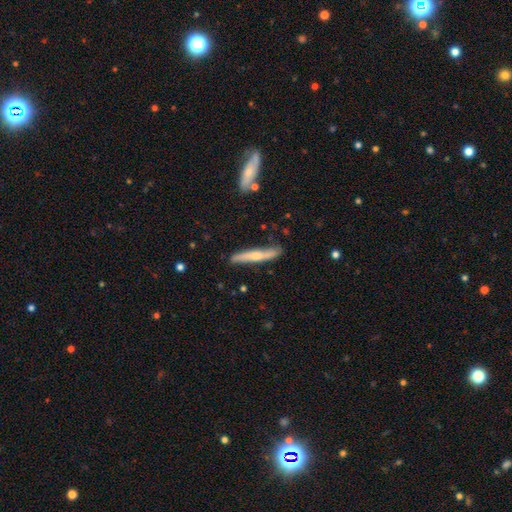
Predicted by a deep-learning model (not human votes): smooth_or_featured: featured or disk (p=0.50) [alt: smooth p=0.45]
merging: none (p=0.83) [alt: minor disturbance p=0.13]